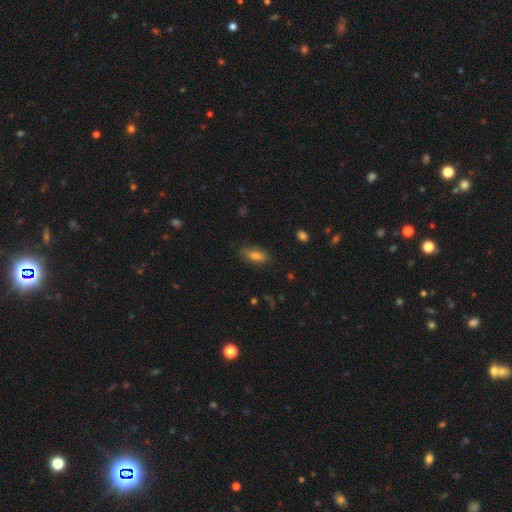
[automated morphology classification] Q: Smooth or featured?
A: smooth (75%); runner-up: featured or disk (16%)
Q: How rounded?
A: in between (76%); runner-up: cigar-shaped (20%)
Q: Merging?
A: none (77%); runner-up: minor disturbance (17%)